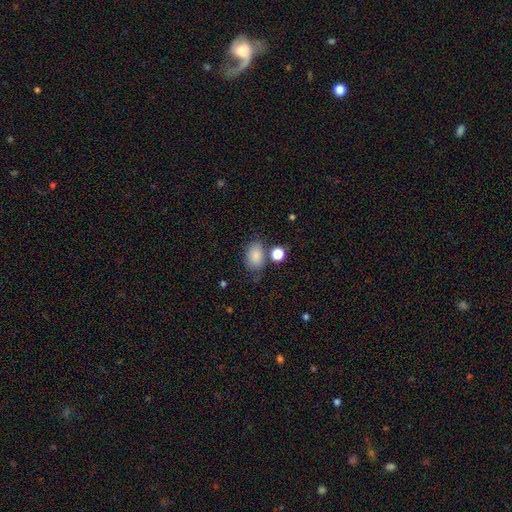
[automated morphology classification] A smooth galaxy with no disk features (84%) that is in between round and cigar-shaped (80%).

Vote fractions:
- Smooth or featured? smooth: 84% / star or artifact: 9% / featured or disk: 7%
- How rounded? in between: 80% / round: 18% / cigar-shaped: 1%
- Merging? none: 65% / minor disturbance: 18% / merger: 11% / major disturbance: 6%